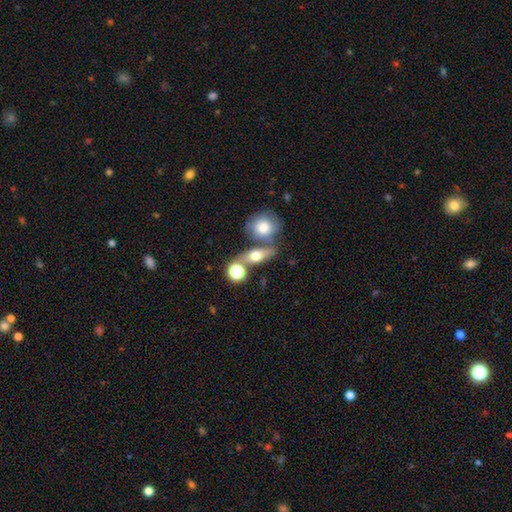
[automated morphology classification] smooth 53%, featured or disk 37%, star or artifact 10%. Down the decision tree: how rounded — in between (49%); merging — none (55%).